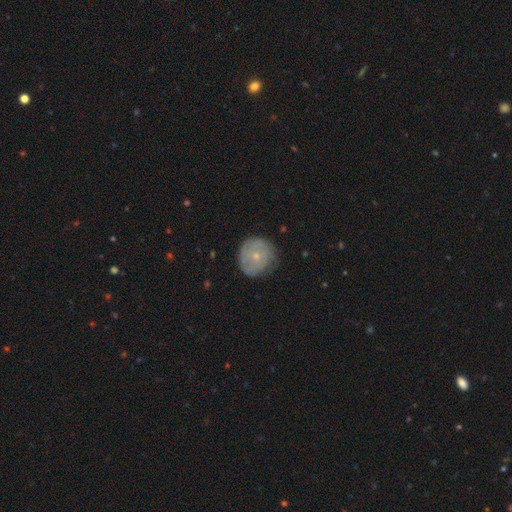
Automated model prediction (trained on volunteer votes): A smooth galaxy with no disk features (54%) that is round (91%).

Vote fractions:
- Smooth or featured? smooth: 54% / featured or disk: 38% / star or artifact: 8%
- How rounded? round: 91% / in between: 8% / cigar-shaped: 1%
- Merging? none: 74% / minor disturbance: 20% / major disturbance: 5% / merger: 1%